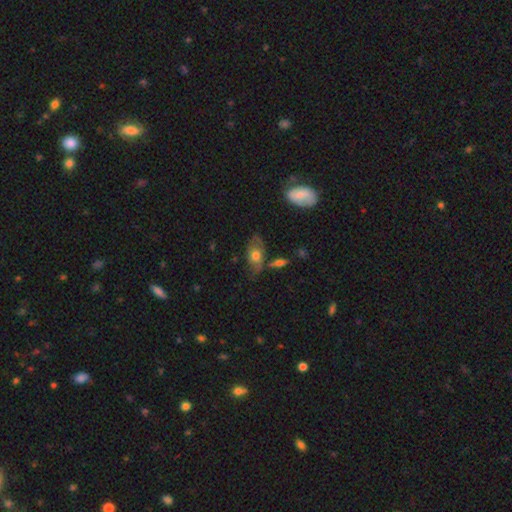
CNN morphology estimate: Smooth or featured?
  - smooth: 59% *
  - featured or disk: 33%
  - star or artifact: 8%
How rounded?
  - in between: 84% *
  - round: 11%
  - cigar-shaped: 5%
Merging?
  - none: 53% *
  - minor disturbance: 27%
  - major disturbance: 10%
  - merger: 10%